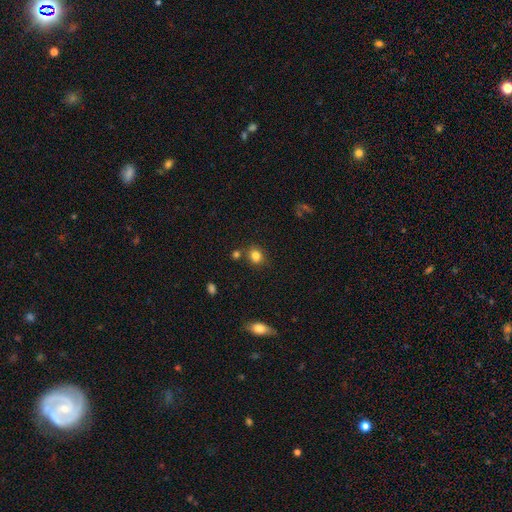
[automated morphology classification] Overall: smooth (82%). How rounded: round (73%). Merging: none (75%).